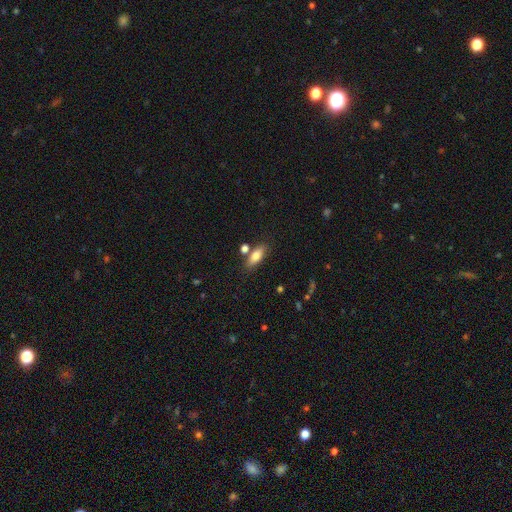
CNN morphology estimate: smooth 79%, featured or disk 14%, star or artifact 8%. Down the decision tree: how rounded — in between (75%); merging — none (73%).